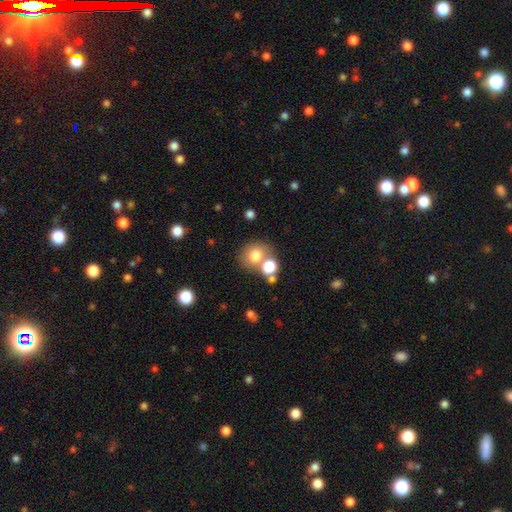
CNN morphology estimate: Smooth or featured: smooth — 75% (featured or disk — 13%)
How rounded: round — 71% (in between — 28%)
Merging: none — 53% (merger — 31%)